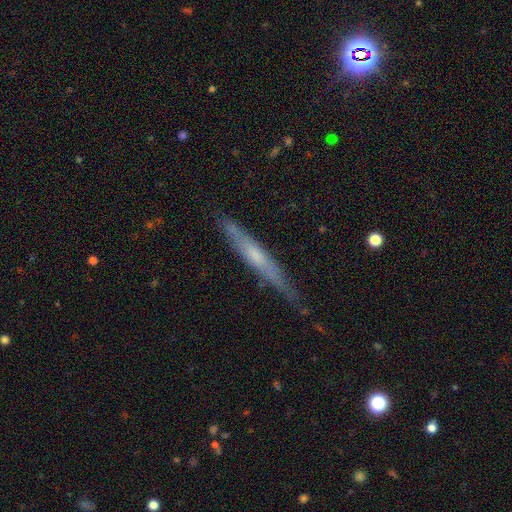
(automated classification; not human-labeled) Smooth or featured? featured or disk (57%)
Edge-on disk? yes (93%)
Edge-on bulge? none (49%)
Merging? none (77%)